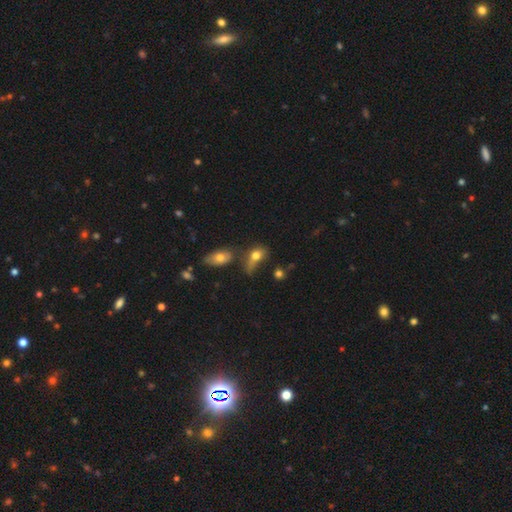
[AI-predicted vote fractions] A smooth galaxy with no disk features (74%) that is in between round and cigar-shaped (73%).

Vote fractions:
- Smooth or featured? smooth: 74% / featured or disk: 15% / star or artifact: 11%
- How rounded? in between: 73% / round: 23% / cigar-shaped: 4%
- Merging? none: 29% / merger: 27% / minor disturbance: 22% / major disturbance: 21%